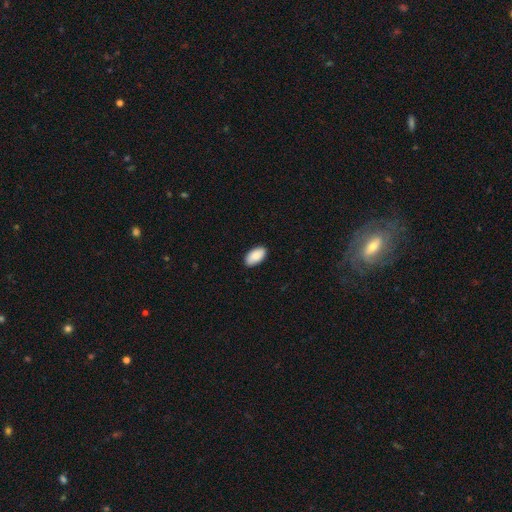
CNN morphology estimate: smooth_or_featured: smooth (p=0.89) [alt: star or artifact p=0.06]
how_rounded: in between (p=0.95) [alt: round p=0.03]
merging: none (p=0.88) [alt: minor disturbance p=0.10]